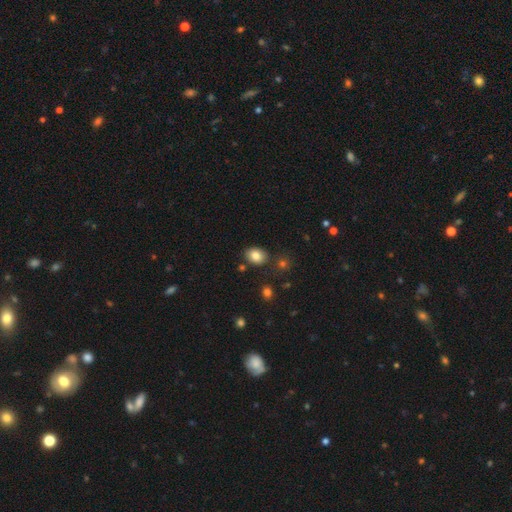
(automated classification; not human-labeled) Overall: smooth (82%). How rounded: in between (61%; round 38%). Merging: none (81%).